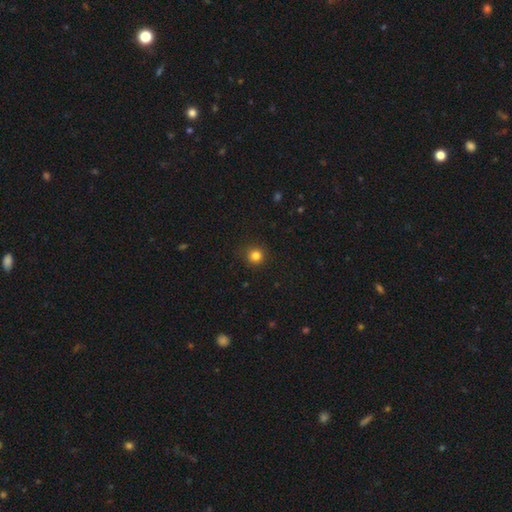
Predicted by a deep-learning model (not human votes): Smooth or featured? Predicted: smooth (p=0.82). How rounded? Predicted: round (p=0.94). Merging? Predicted: none (p=0.90).